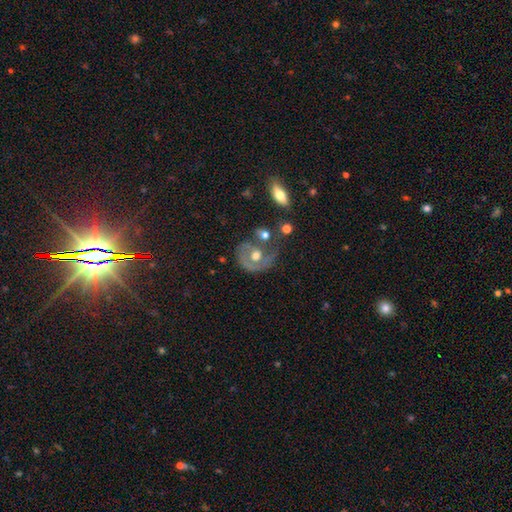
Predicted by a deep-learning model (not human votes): The model was most divided on "merging": none: 39%, major disturbance: 25%, minor disturbance: 19%, merger: 17%. More confident: edge-on disk — no (96%); bar — no (76%); bulge size — moderate (72%); smooth or featured — featured or disk (70%); spiral arms — yes (69%).